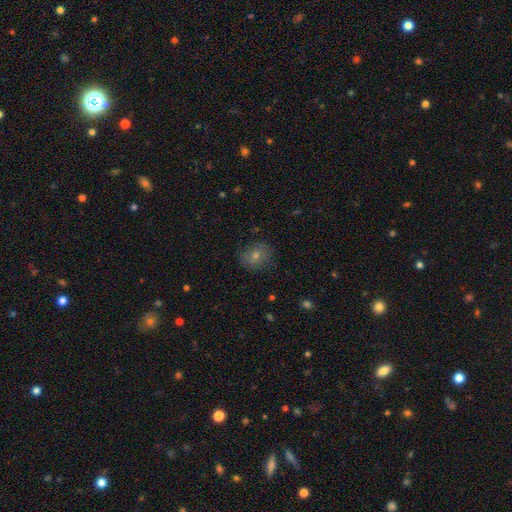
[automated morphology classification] This appears to be a smooth galaxy with no disk features (59%) that is round (66%). Merging: none (81%).